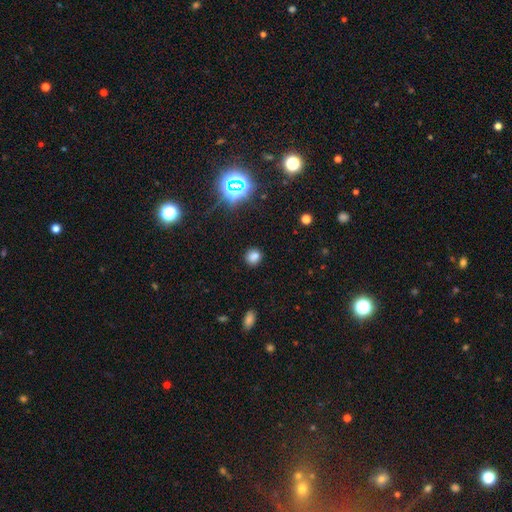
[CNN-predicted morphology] A smooth galaxy with no disk features (76%) that is round (82%). Merging: none (87%).